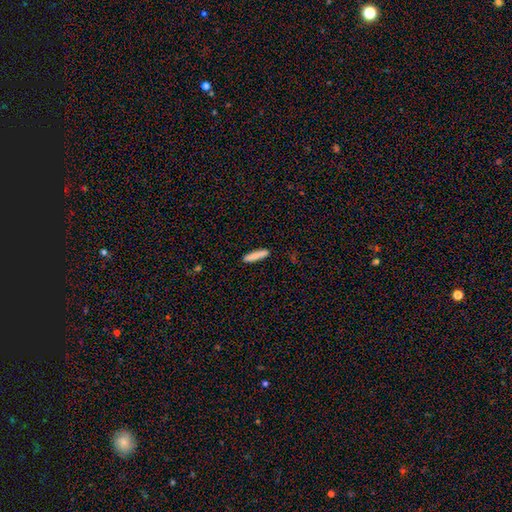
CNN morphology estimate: smooth_or_featured: smooth (p=0.84) [alt: featured or disk p=0.10]
how_rounded: cigar-shaped (p=0.89) [alt: in between p=0.10]
merging: none (p=0.90) [alt: minor disturbance p=0.07]